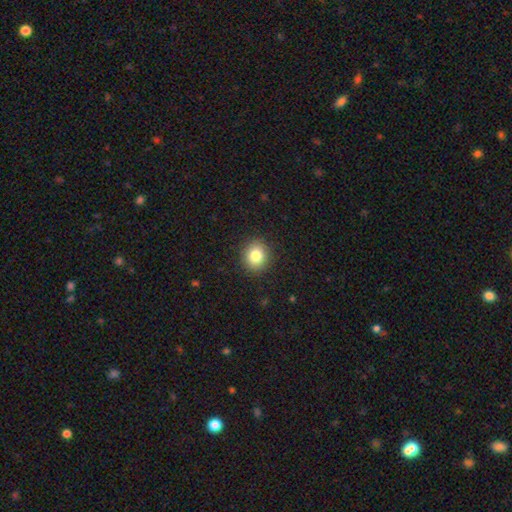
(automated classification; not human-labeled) A smooth galaxy with no disk features (83%) that is round (77%).

Vote fractions:
- Smooth or featured? smooth: 83% / star or artifact: 10% / featured or disk: 7%
- How rounded? round: 77% / in between: 22% / cigar-shaped: 1%
- Merging? none: 90% / minor disturbance: 6% / major disturbance: 2% / merger: 1%